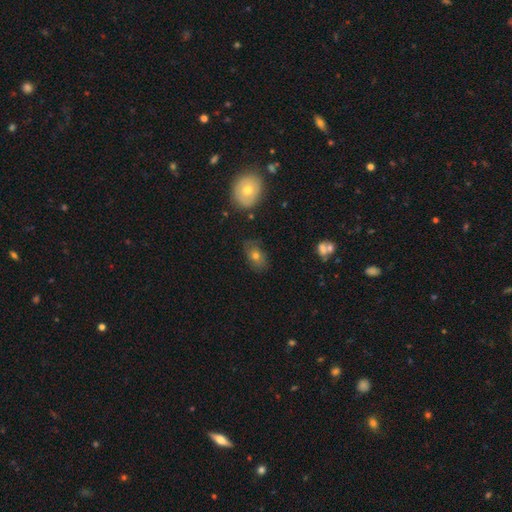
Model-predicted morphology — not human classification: The model was most divided on "smooth or featured": smooth: 64%, featured or disk: 23%, star or artifact: 13%. More confident: how rounded — in between (78%); merging — none (72%).